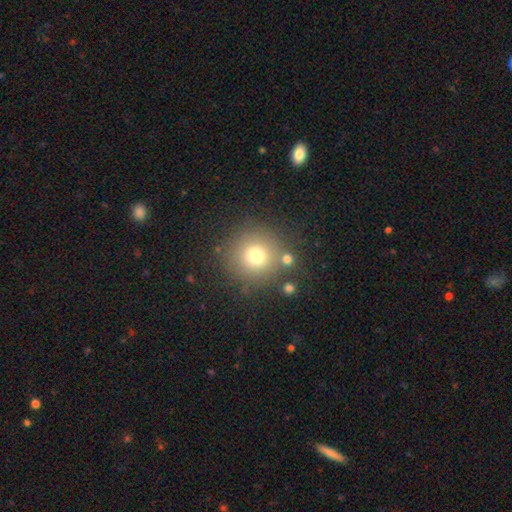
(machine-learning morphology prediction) Q: Smooth or featured?
A: smooth (71%); runner-up: star or artifact (17%)
Q: How rounded?
A: round (95%); runner-up: in between (4%)
Q: Merging?
A: none (79%); runner-up: minor disturbance (9%)